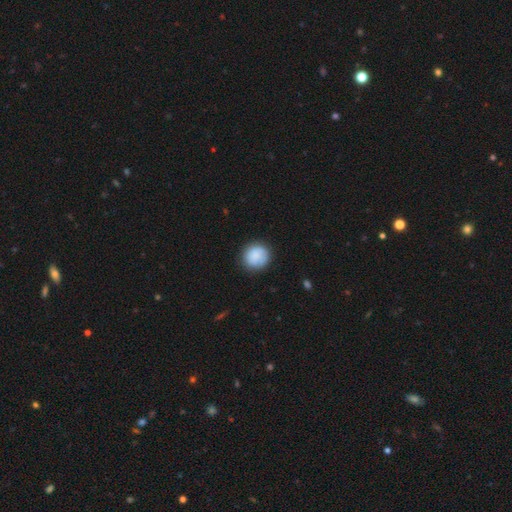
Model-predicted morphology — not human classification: A smooth galaxy with no disk features (83%) that is round (89%).

Vote fractions:
- Smooth or featured? smooth: 83% / featured or disk: 10% / star or artifact: 7%
- How rounded? round: 89% / in between: 10% / cigar-shaped: 1%
- Merging? none: 81% / minor disturbance: 14% / major disturbance: 4% / merger: 1%